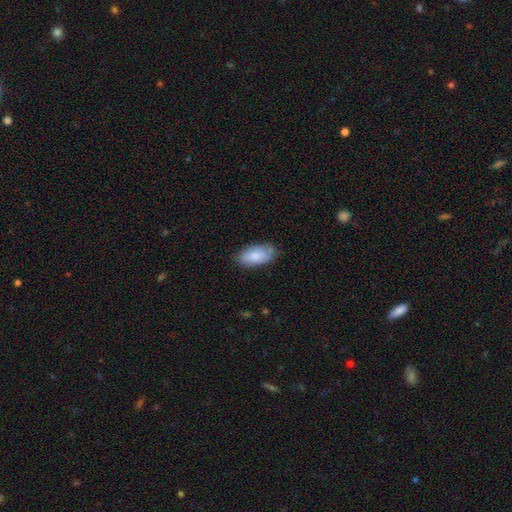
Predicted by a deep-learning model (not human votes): Smooth or featured? Predicted: smooth (p=0.80). How rounded? Predicted: in between (p=0.93). Merging? Predicted: none (p=0.71).